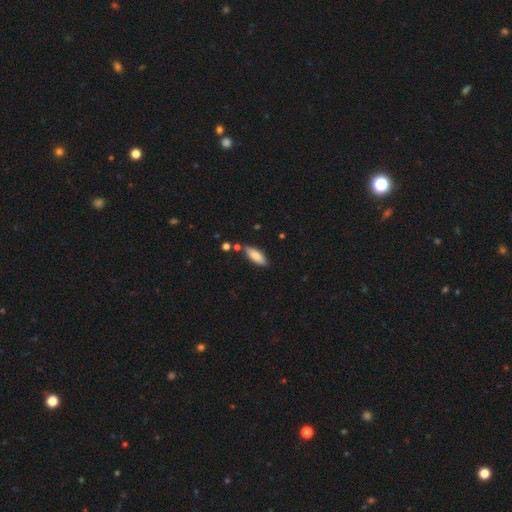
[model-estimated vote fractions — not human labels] The model was most divided on "how rounded": in between: 67%, cigar-shaped: 32%, round: 2%. More confident: smooth or featured — smooth (84%); merging — none (77%).